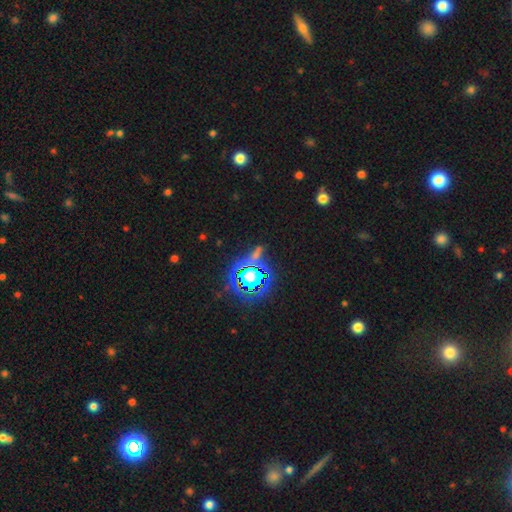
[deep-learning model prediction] Smooth or featured?
  - star or artifact: 71% *
  - smooth: 18%
  - featured or disk: 11%